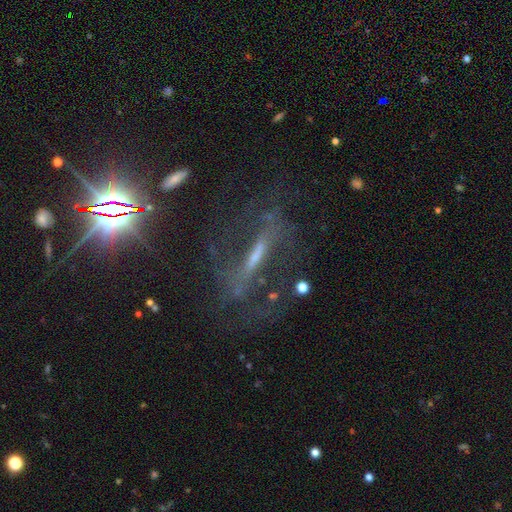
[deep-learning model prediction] Smooth or featured? Predicted: featured or disk (p=0.68). Edge-on disk? Predicted: no (p=0.62). Merging? Predicted: none (p=0.58).